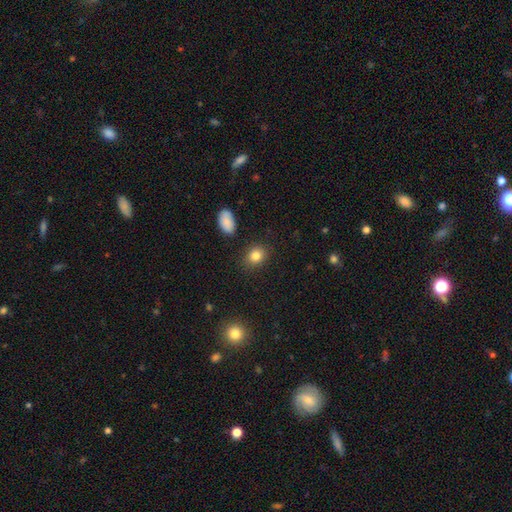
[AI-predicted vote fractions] smooth_or_featured: smooth (p=0.84) [alt: star or artifact p=0.10]
how_rounded: round (p=0.55) [alt: in between p=0.43]
merging: none (p=0.87) [alt: minor disturbance p=0.09]